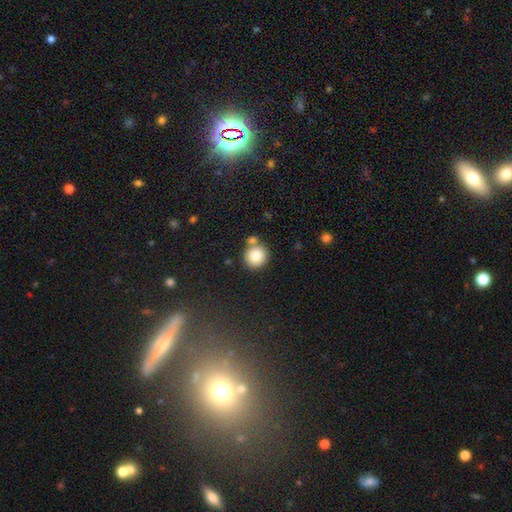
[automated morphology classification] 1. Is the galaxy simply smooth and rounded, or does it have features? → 82% smooth, 10% star or artifact, 8% featured or disk.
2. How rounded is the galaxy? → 90% round, 9% in between, 1% cigar-shaped.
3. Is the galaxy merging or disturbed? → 70% none, 19% merger, 9% minor disturbance, 3% major disturbance.